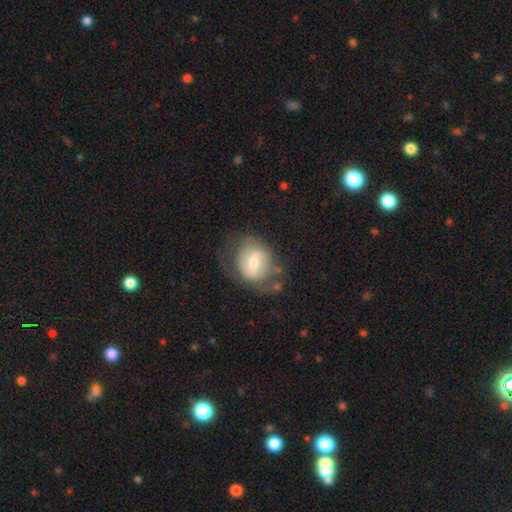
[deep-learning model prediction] Overall: smooth (47%; featured or disk 45%). Merging: none (56%; minor disturbance 25%).